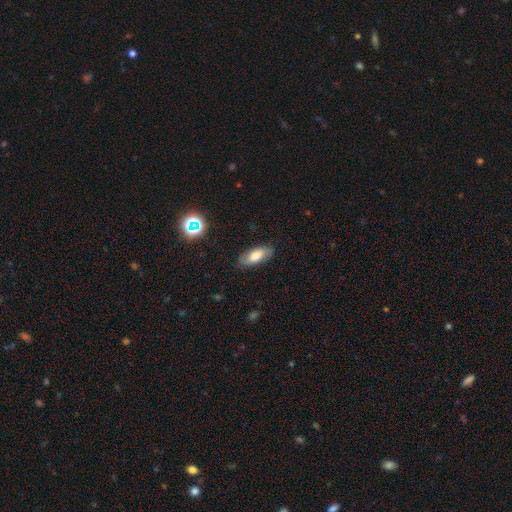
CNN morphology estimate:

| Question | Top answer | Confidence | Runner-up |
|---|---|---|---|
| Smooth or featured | smooth | 72% | featured or disk (20%) |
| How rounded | in between | 83% | cigar-shaped (14%) |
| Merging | none | 83% | minor disturbance (13%) |